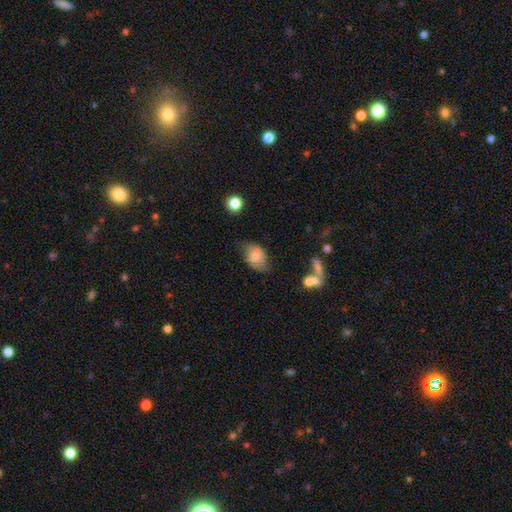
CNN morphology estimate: Q: Smooth or featured?
A: smooth (72%); runner-up: featured or disk (20%)
Q: How rounded?
A: in between (83%); runner-up: round (15%)
Q: Merging?
A: none (56%); runner-up: minor disturbance (31%)